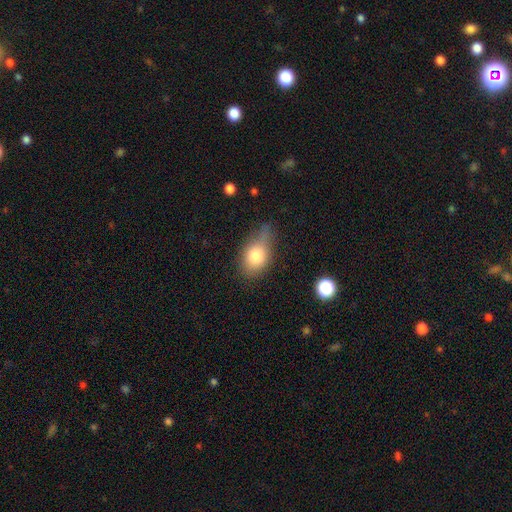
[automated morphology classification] This is likely a smooth galaxy (78%). How rounded: likely in between (75%). Merging: marginally minor disturbance (41%).